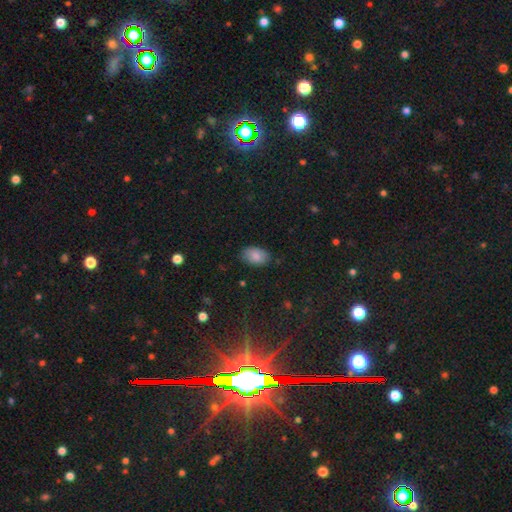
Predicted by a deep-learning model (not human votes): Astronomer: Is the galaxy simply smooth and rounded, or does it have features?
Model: smooth — 84%.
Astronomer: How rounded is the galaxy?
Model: in between — 92%.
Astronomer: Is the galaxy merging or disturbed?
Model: none — 81%.